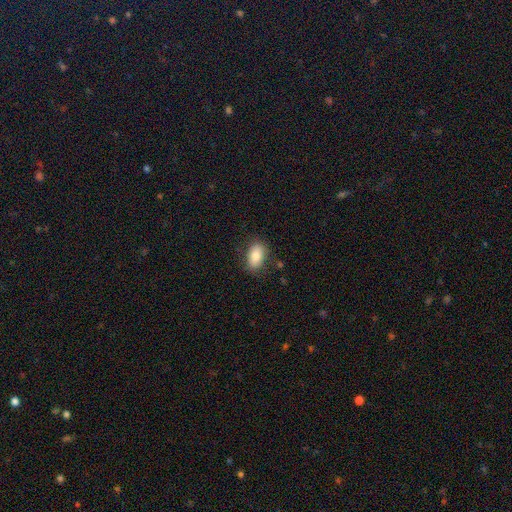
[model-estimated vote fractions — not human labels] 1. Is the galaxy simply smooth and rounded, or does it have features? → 82% smooth, 10% featured or disk, 8% star or artifact.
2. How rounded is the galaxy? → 91% in between, 6% round, 3% cigar-shaped.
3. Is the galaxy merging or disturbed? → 82% none, 13% minor disturbance, 3% major disturbance, 2% merger.